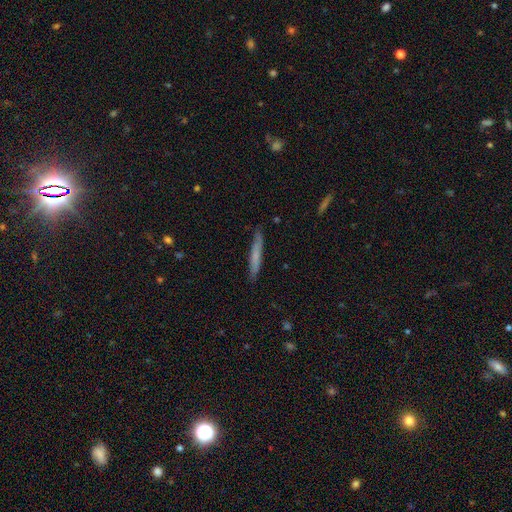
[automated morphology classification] A smooth galaxy with no disk features (63%) that is cigar-shaped (95%). Merging: none (86%).